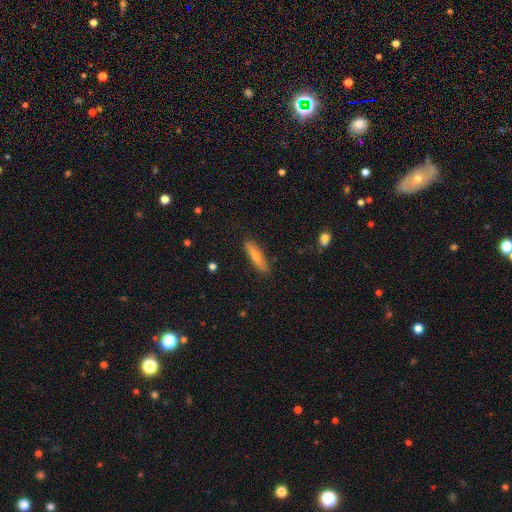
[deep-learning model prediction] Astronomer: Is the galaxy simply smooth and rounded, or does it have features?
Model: smooth — 60%.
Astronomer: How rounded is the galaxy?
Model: cigar-shaped — 80%.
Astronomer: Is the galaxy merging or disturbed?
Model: none — 87%.